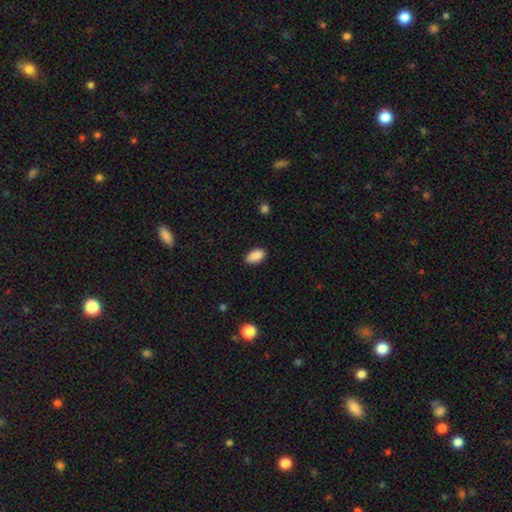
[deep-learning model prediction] The model was most divided on "merging": none: 83%, minor disturbance: 14%, major disturbance: 2%, merger: 1%. More confident: how rounded — in between (92%); smooth or featured — smooth (89%).